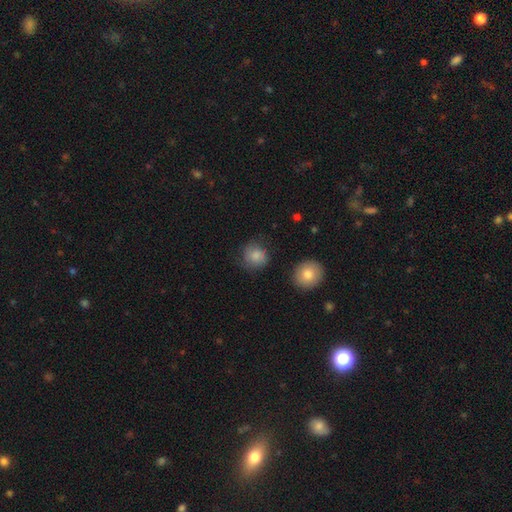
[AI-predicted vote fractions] smooth_or_featured: smooth (p=0.83) [alt: featured or disk p=0.09]
how_rounded: round (p=0.86) [alt: in between p=0.13]
merging: none (p=0.71) [alt: minor disturbance p=0.19]